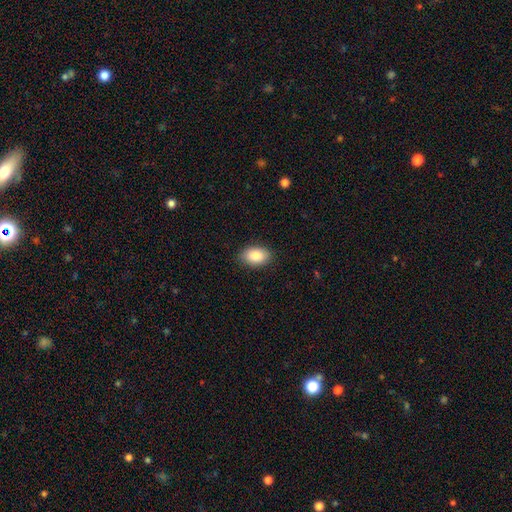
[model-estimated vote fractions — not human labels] This appears to be a smooth galaxy with no disk features (86%) that is in between round and cigar-shaped (88%). Merging: none (87%).